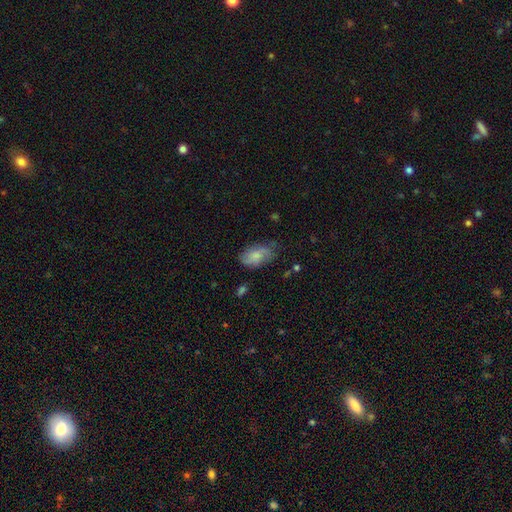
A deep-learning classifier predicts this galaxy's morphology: Q: Smooth or featured?
A: smooth (73%); runner-up: featured or disk (20%)
Q: How rounded?
A: in between (92%); runner-up: round (6%)
Q: Merging?
A: none (56%); runner-up: minor disturbance (32%)